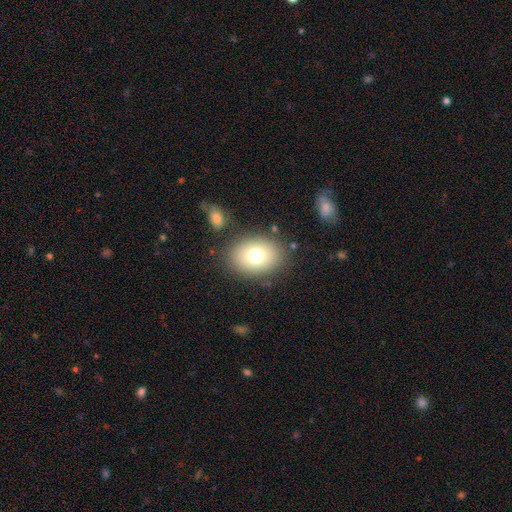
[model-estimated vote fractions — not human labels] smooth 75%, featured or disk 15%, star or artifact 11%. Down the decision tree: how rounded — in between (65%); merging — none (82%).